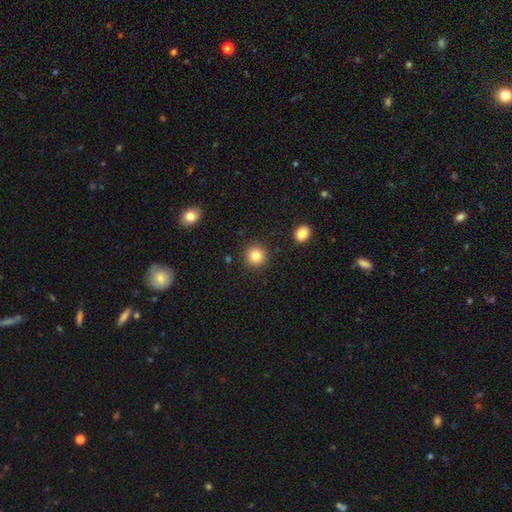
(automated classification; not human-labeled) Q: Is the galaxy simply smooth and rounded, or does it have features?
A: smooth — 84%.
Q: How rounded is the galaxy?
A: round — 94%.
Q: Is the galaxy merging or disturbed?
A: none — 90%.